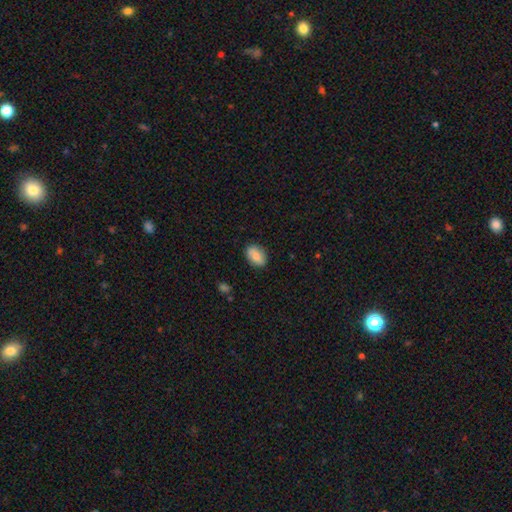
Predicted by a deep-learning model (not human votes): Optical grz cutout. It shows a smooth galaxy with no disk features (80%) that is in between round and cigar-shaped (87%). Merging: none (85%).